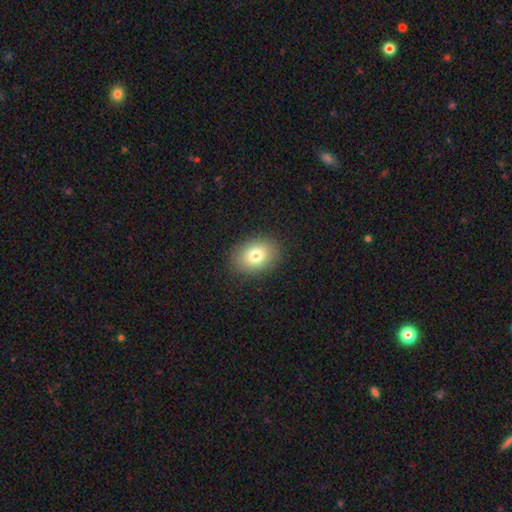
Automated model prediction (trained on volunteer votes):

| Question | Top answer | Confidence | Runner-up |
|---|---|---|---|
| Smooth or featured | smooth | 78% | featured or disk (11%) |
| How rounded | in between | 66% | round (33%) |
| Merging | none | 88% | minor disturbance (9%) |